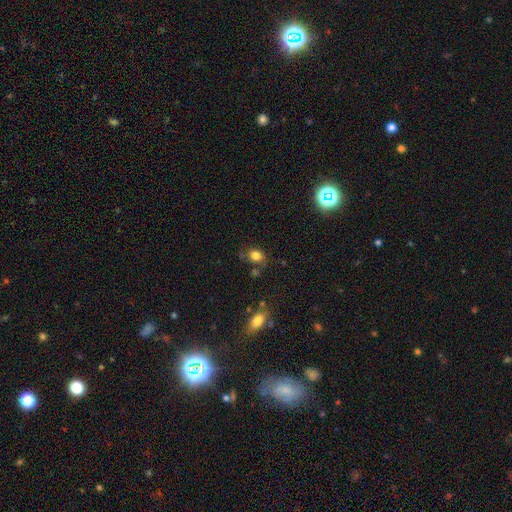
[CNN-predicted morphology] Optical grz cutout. It shows a smooth galaxy with no disk features (80%) that is in between round and cigar-shaped (55%). Merging: none (74%).